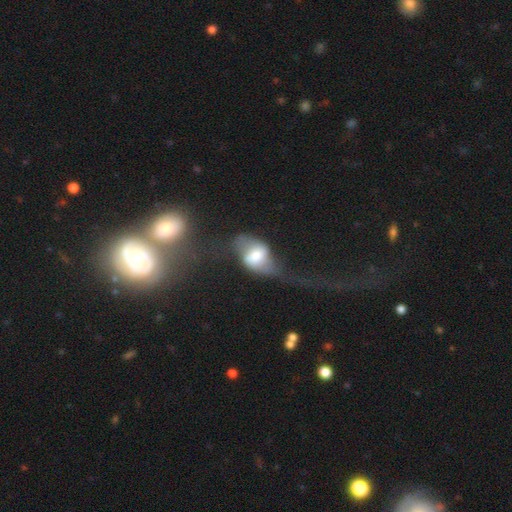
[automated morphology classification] Q: Smooth or featured?
A: smooth (46%); tied with: featured or disk (46%)
Q: Merging?
A: major disturbance (48%); runner-up: none (22%)